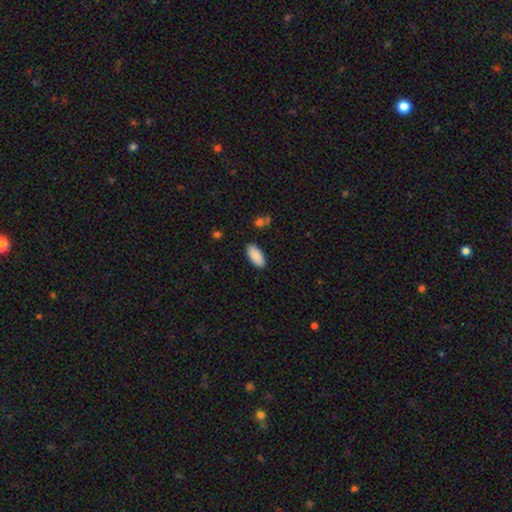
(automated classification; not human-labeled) A smooth galaxy with no disk features (90%) that is in between round and cigar-shaped (91%).

Vote fractions:
- Smooth or featured? smooth: 90% / star or artifact: 6% / featured or disk: 4%
- How rounded? in between: 91% / cigar-shaped: 7% / round: 2%
- Merging? none: 88% / minor disturbance: 8% / major disturbance: 2% / merger: 1%